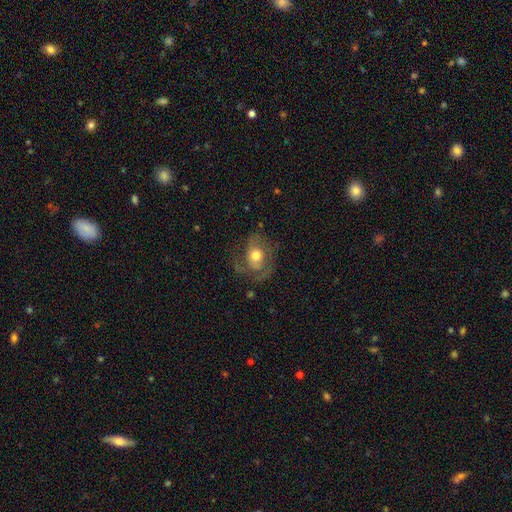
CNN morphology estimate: Smooth or featured? Predicted: featured or disk (p=0.61). Edge-on disk? Predicted: no (p=0.96). Bar? Predicted: no (p=0.76). Spiral arms? Predicted: yes (p=0.76). Bulge size? Predicted: moderate (p=0.70). Merging? Predicted: none (p=0.59).